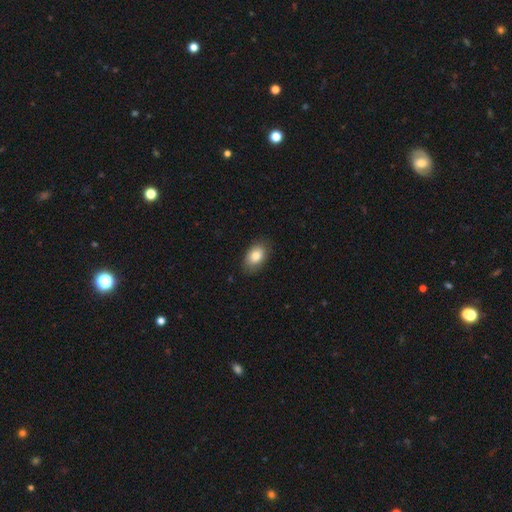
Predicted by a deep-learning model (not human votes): Smooth or featured? Predicted: smooth (p=0.83). How rounded? Predicted: in between (p=0.87). Merging? Predicted: none (p=0.84).